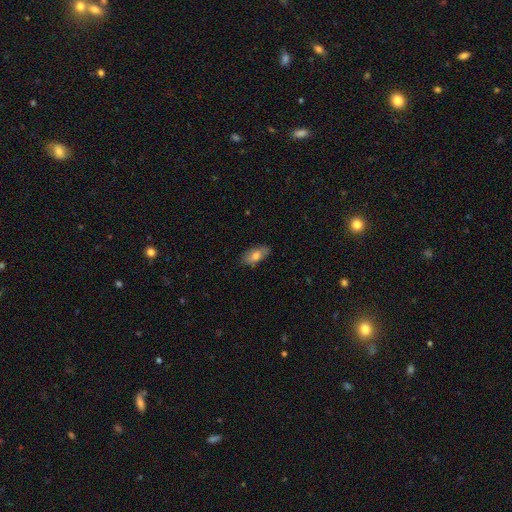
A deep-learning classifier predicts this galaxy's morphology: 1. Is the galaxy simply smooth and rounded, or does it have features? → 74% smooth, 19% featured or disk, 7% star or artifact.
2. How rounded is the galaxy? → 85% in between, 12% cigar-shaped, 3% round.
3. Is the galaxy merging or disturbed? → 82% none, 14% minor disturbance, 3% major disturbance, 1% merger.